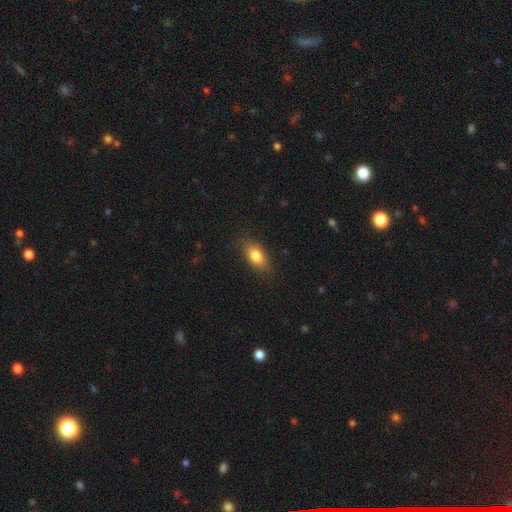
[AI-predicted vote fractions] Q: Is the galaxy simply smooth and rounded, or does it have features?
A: smooth — 80%.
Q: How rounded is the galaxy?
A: in between — 84%.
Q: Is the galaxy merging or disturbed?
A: none — 83%.